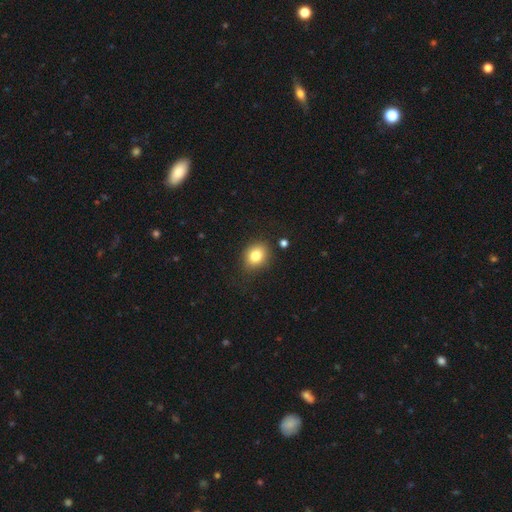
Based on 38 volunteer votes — Smooth or featured? 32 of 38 (84%) said smooth. How rounded? 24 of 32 (75%) said round. Merging? 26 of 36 (72%) said none.